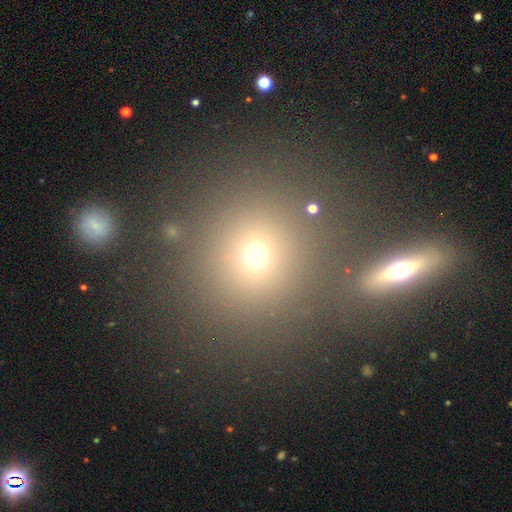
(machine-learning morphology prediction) This is likely a smooth galaxy (66%). How rounded: clearly round (90%). Merging: likely none (76%).